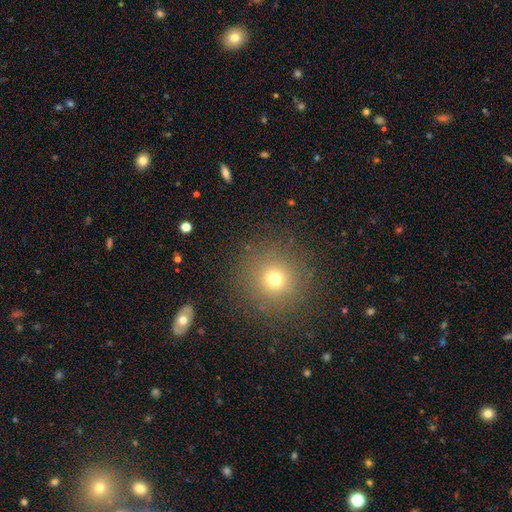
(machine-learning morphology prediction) This is likely a smooth galaxy (60%). How rounded: clearly round (94%). Merging: clearly none (91%).